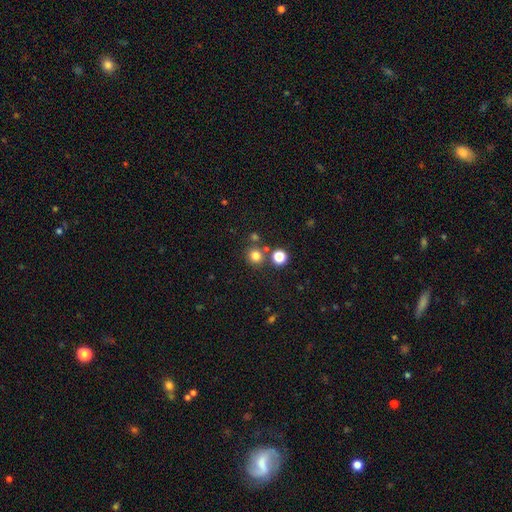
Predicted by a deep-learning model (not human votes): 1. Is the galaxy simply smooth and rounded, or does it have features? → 78% smooth, 16% star or artifact, 6% featured or disk.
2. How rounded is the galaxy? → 90% round, 9% in between, 1% cigar-shaped.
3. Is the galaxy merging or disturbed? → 77% none, 12% merger, 8% minor disturbance, 3% major disturbance.